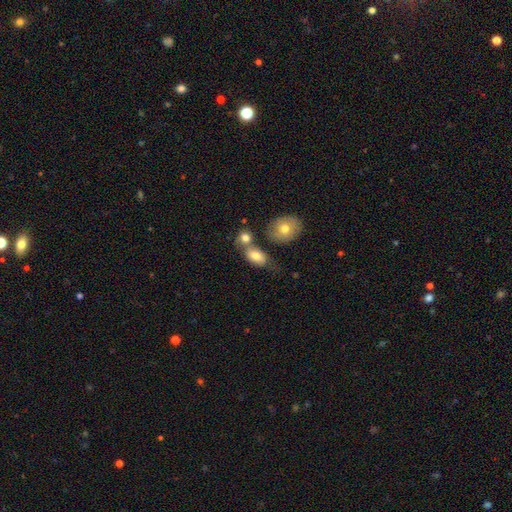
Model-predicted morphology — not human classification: A smooth galaxy with no disk features (78%) that is in between round and cigar-shaped (85%). Merging: none (42%).